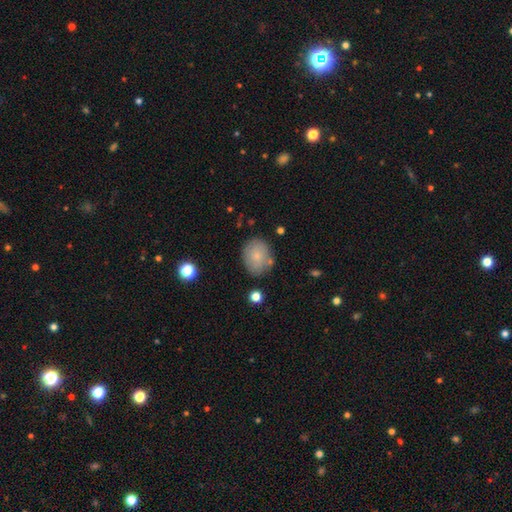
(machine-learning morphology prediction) Overall: smooth (76%). How rounded: in between (51%; round 48%). Merging: none (77%).